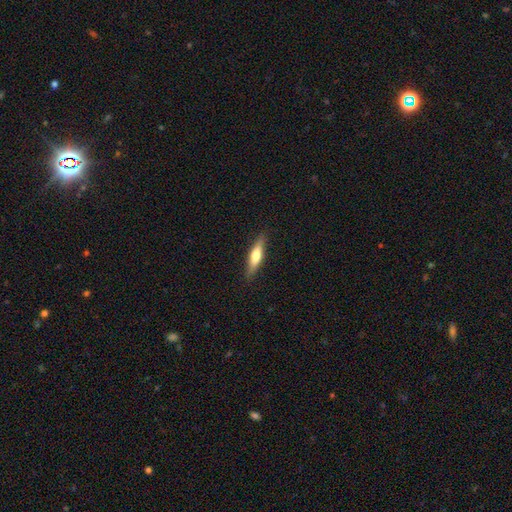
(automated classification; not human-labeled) Smooth or featured? smooth (56%)
How rounded? cigar-shaped (75%)
Merging? none (88%)